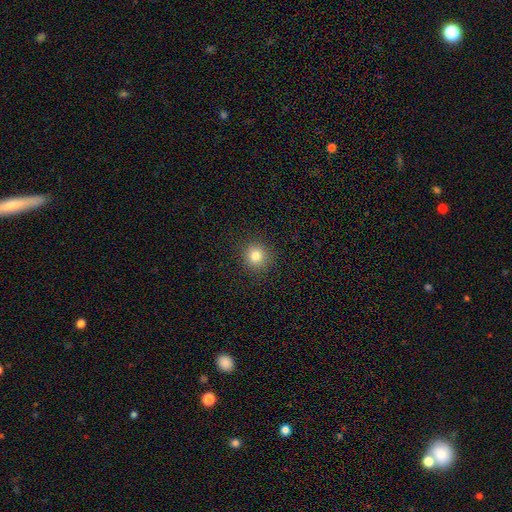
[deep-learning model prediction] Overall: smooth (81%). How rounded: round (93%). Merging: none (91%).